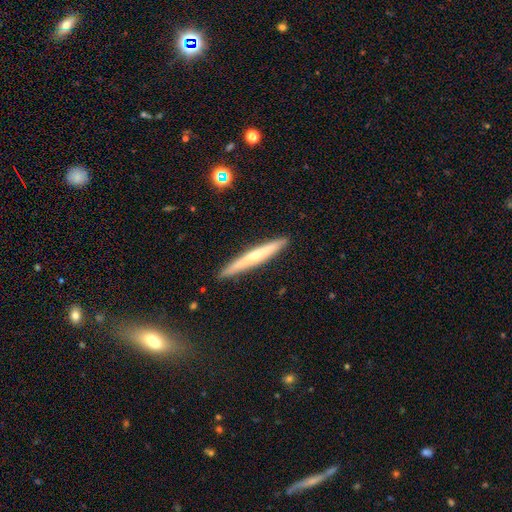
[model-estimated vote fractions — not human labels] Smooth or featured?
  - featured or disk: 61% *
  - smooth: 33%
  - star or artifact: 6%
Edge-on disk?
  - yes: 97% *
  - no: 3%
Edge-on bulge?
  - rounded: 64% *
  - none: 32%
  - boxy: 4%
Merging?
  - none: 91% *
  - minor disturbance: 6%
  - major disturbance: 1%
  - merger: 1%